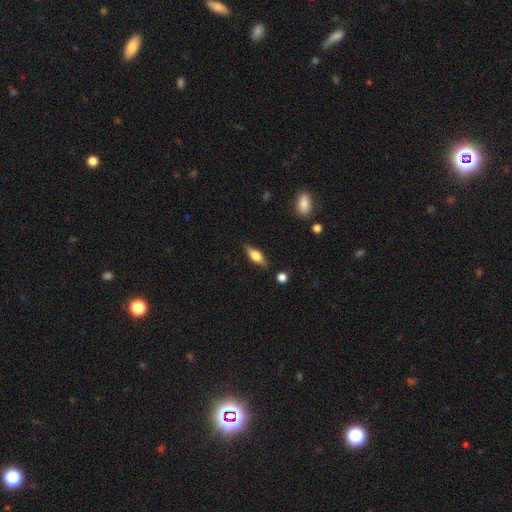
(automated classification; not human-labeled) The model was most divided on "smooth or featured": smooth: 52%, featured or disk: 41%, star or artifact: 7%. More confident: merging — none (84%); how rounded — in between (61%).